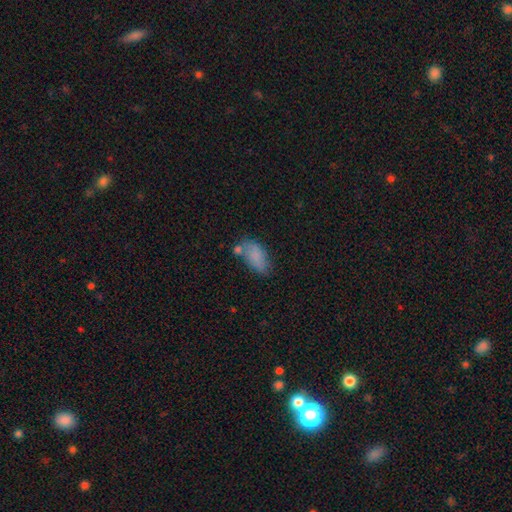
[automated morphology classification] smooth-or-featured: smooth: 77% | featured or disk: 14% | star or artifact: 9%
  how-rounded: in between: 92% | round: 4% | cigar-shaped: 4%
  merging: none: 50% | minor disturbance: 25% | merger: 16% | major disturbance: 10%